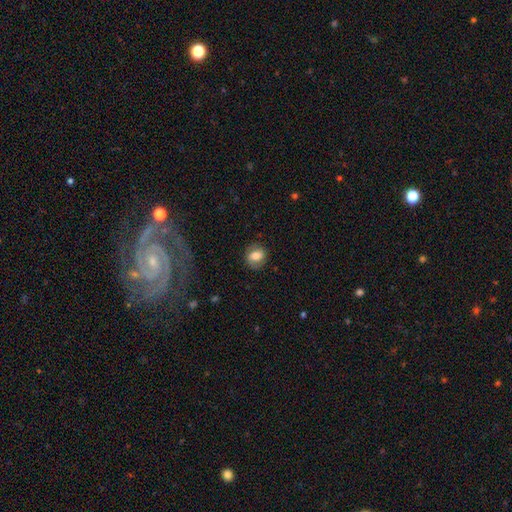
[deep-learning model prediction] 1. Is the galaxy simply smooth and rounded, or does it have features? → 73% smooth, 19% featured or disk, 8% star or artifact.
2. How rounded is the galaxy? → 60% round, 39% in between, 1% cigar-shaped.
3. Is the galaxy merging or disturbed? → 81% none, 13% minor disturbance, 4% major disturbance, 1% merger.